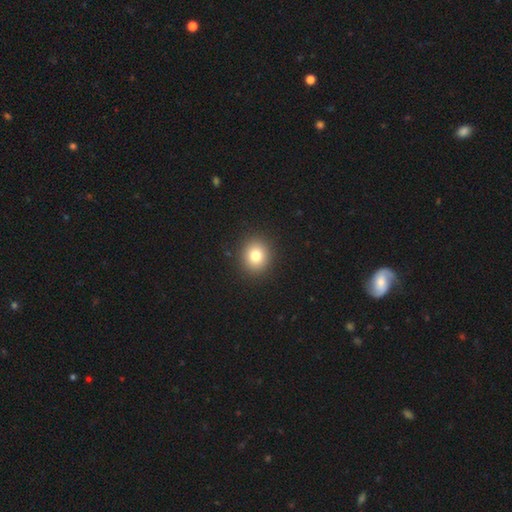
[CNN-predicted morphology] Q: Smooth or featured?
A: smooth (80%); runner-up: star or artifact (11%)
Q: How rounded?
A: round (79%); runner-up: in between (20%)
Q: Merging?
A: none (91%); runner-up: minor disturbance (5%)